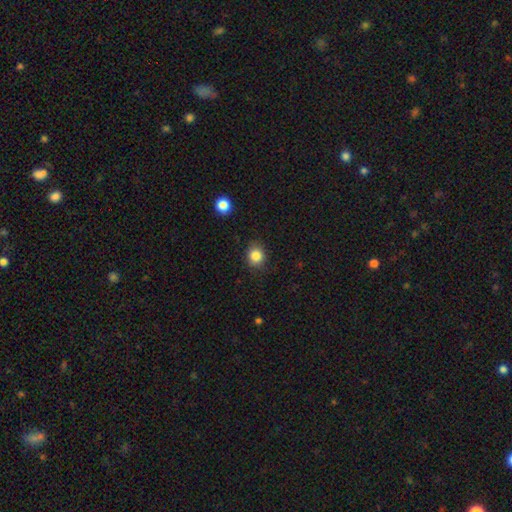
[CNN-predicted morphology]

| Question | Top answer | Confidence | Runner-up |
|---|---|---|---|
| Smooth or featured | smooth | 84% | star or artifact (11%) |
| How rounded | round | 78% | in between (21%) |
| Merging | none | 85% | minor disturbance (11%) |